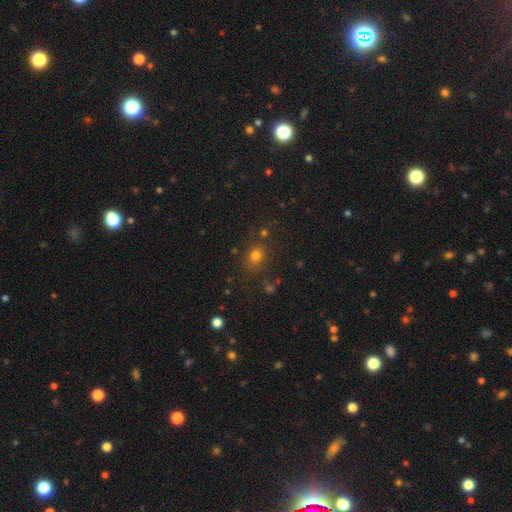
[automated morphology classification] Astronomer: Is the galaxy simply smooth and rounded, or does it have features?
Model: smooth — 74%.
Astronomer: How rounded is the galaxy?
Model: round — 65%.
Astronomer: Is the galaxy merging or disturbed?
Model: none — 77%.